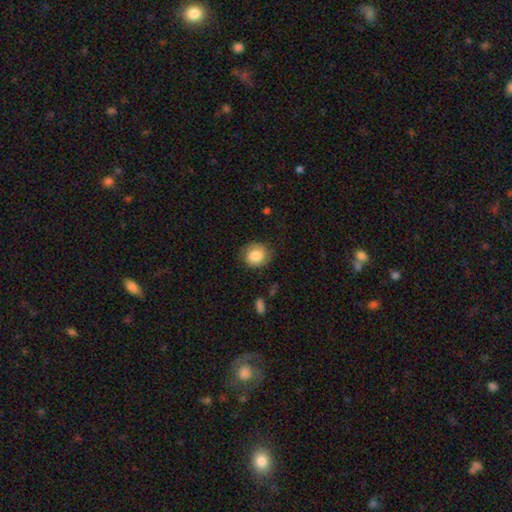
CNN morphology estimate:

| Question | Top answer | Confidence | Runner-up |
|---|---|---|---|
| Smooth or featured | smooth | 79% | featured or disk (14%) |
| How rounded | round | 71% | in between (28%) |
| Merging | none | 76% | minor disturbance (17%) |